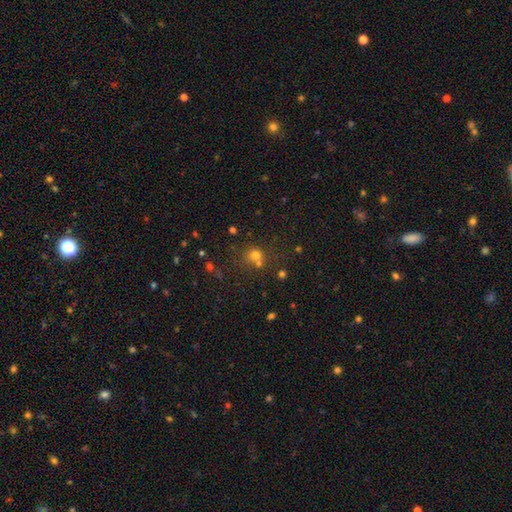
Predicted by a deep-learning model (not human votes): smooth 66%, star or artifact 24%, featured or disk 10%. Down the decision tree: how rounded — round (83%); merging — none (55%).